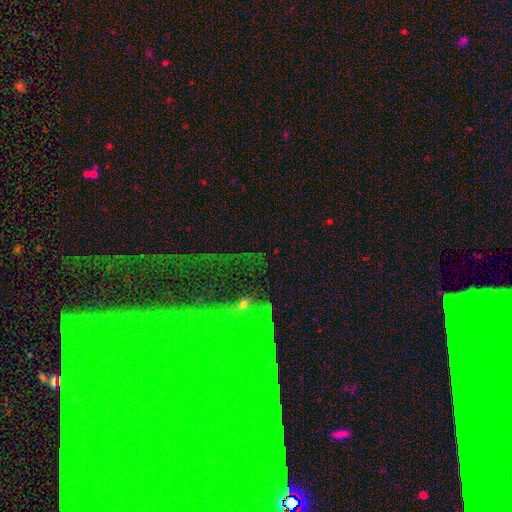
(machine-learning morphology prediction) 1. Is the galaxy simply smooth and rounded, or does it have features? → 59% star or artifact, 25% featured or disk, 16% smooth.